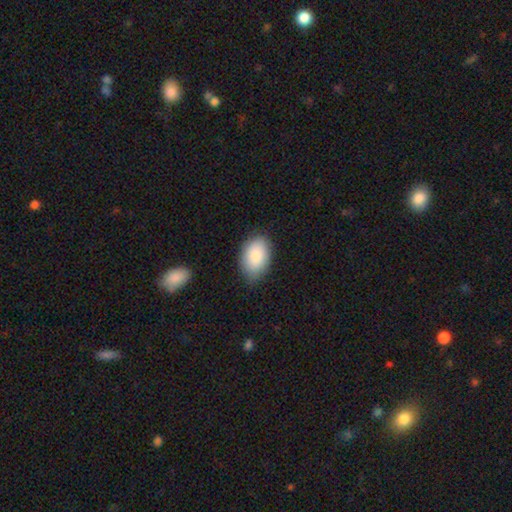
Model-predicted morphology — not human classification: type=smooth (85%); roundness=in between (89%); merging=none (80%).